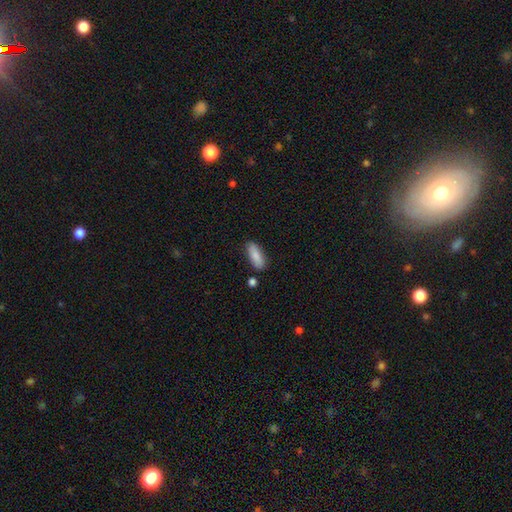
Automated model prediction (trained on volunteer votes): This appears to be a smooth galaxy with no disk features (87%) that is in between round and cigar-shaped (67%). Merging: none (82%).